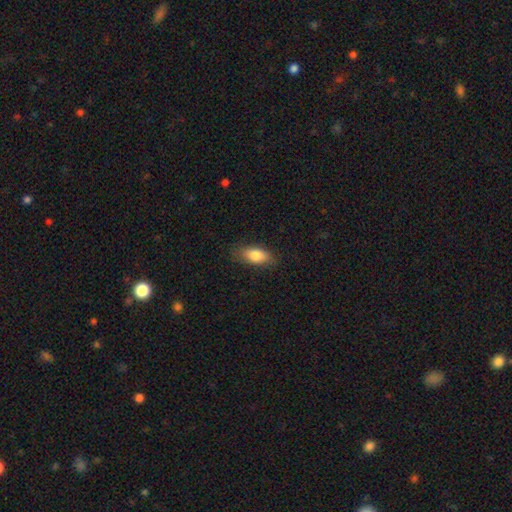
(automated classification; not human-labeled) Overall: smooth (81%). How rounded: in between (85%). Merging: none (82%).